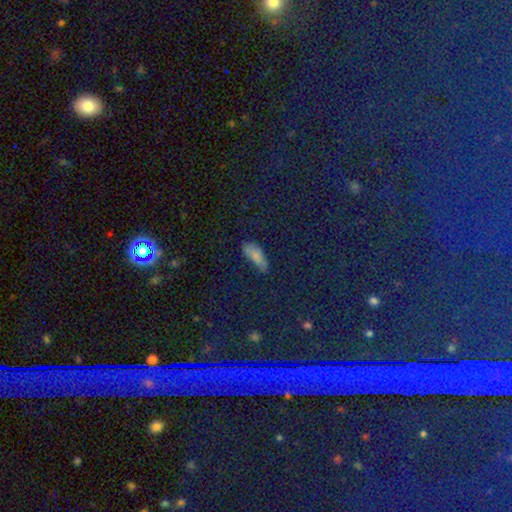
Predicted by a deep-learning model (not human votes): smooth 71%, star or artifact 18%, featured or disk 11%. Down the decision tree: how rounded — in between (70%); merging — none (57%).